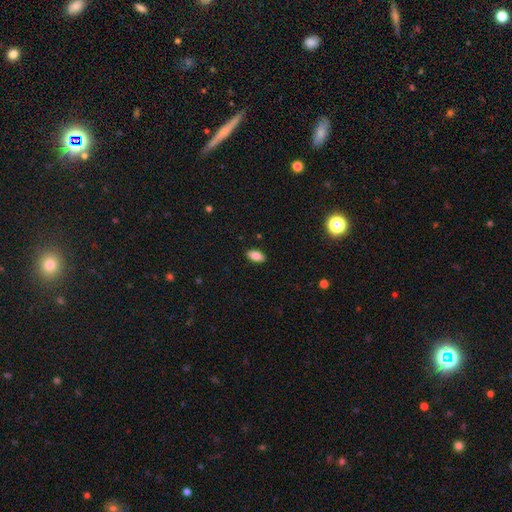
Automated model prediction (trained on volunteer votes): A smooth galaxy with no disk features (84%) that is in between round and cigar-shaped (91%). Merging: none (89%).